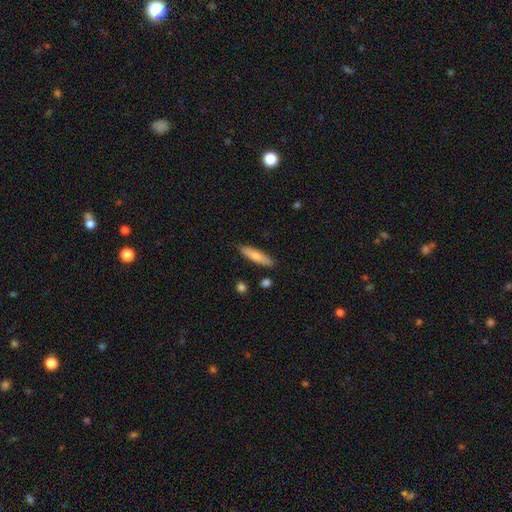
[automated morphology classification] Q: Smooth or featured?
A: smooth (71%); runner-up: featured or disk (23%)
Q: How rounded?
A: cigar-shaped (75%); runner-up: in between (23%)
Q: Merging?
A: none (86%); runner-up: minor disturbance (10%)